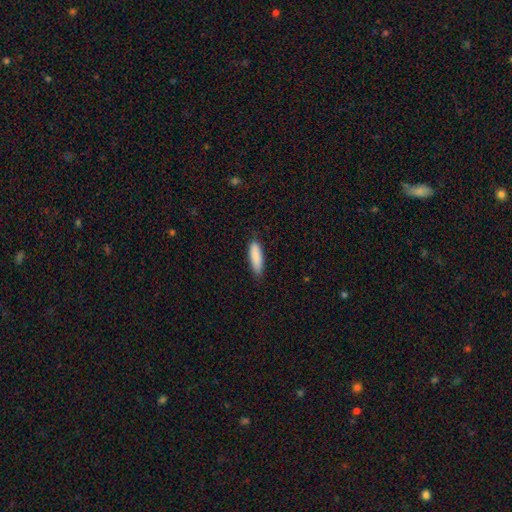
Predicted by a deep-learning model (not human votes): Overall: smooth (87%). How rounded: cigar-shaped (54%; in between 45%). Merging: none (82%).